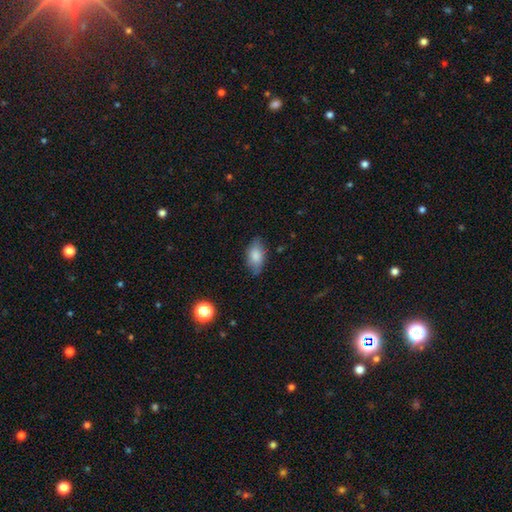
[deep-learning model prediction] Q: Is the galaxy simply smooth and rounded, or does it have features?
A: smooth — 82%.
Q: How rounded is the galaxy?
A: in between — 92%.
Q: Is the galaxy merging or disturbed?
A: none — 77%.